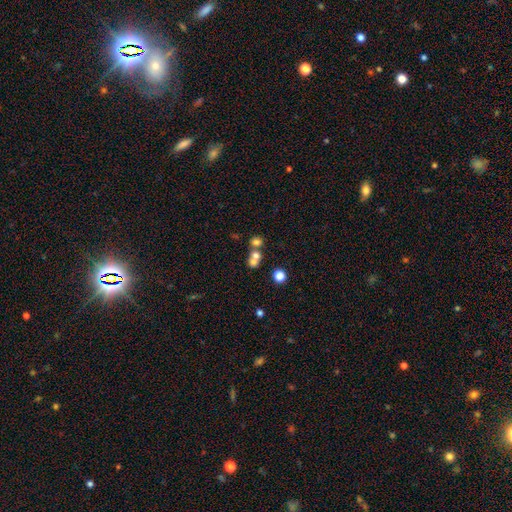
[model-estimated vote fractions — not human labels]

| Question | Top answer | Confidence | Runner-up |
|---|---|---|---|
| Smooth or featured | smooth | 67% | featured or disk (18%) |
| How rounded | round | 71% | in between (28%) |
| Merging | merger | 57% | none (32%) |